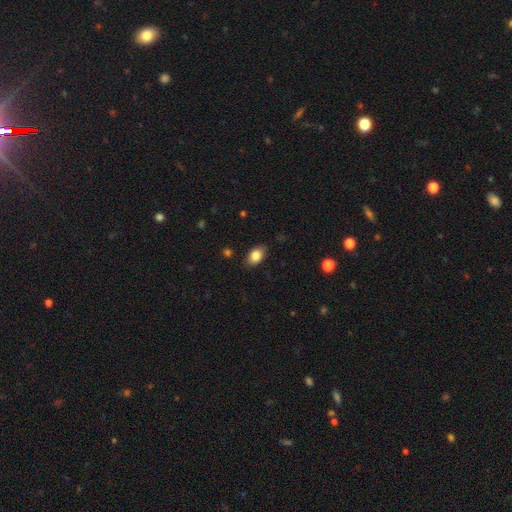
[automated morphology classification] This is clearly a smooth galaxy (83%). How rounded: clearly in between (87%). Merging: clearly none (84%).